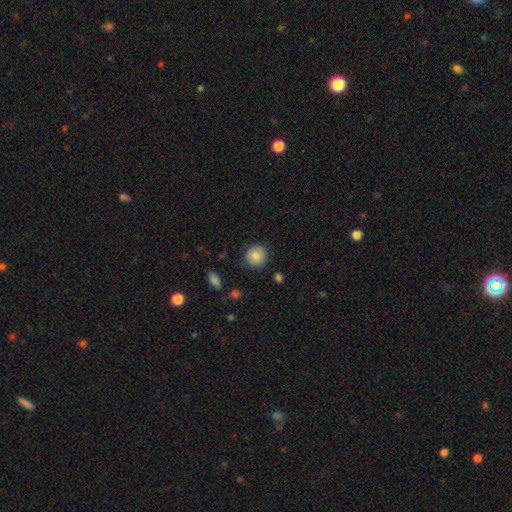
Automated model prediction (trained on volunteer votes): A smooth galaxy with no disk features (78%) that is round (91%). Merging: none (86%).